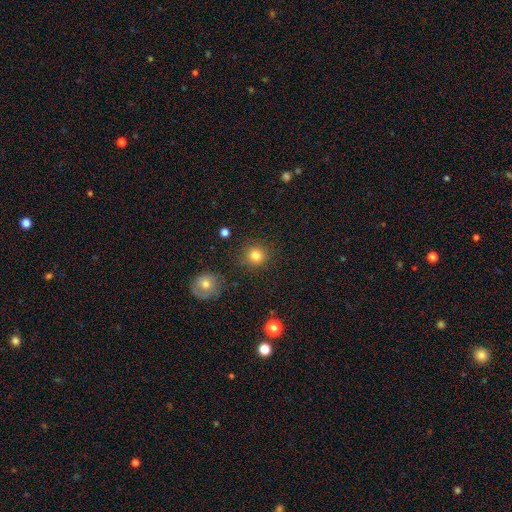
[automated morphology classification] Smooth or featured? smooth (81%)
How rounded? round (93%)
Merging? none (88%)